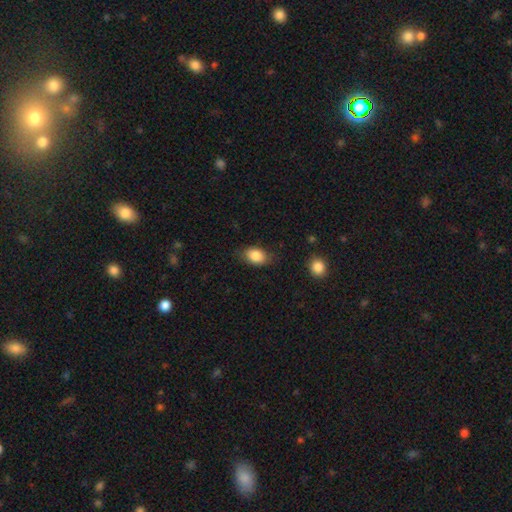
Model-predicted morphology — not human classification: Smooth or featured? Predicted: smooth (p=0.86). How rounded? Predicted: in between (p=0.83). Merging? Predicted: none (p=0.77).